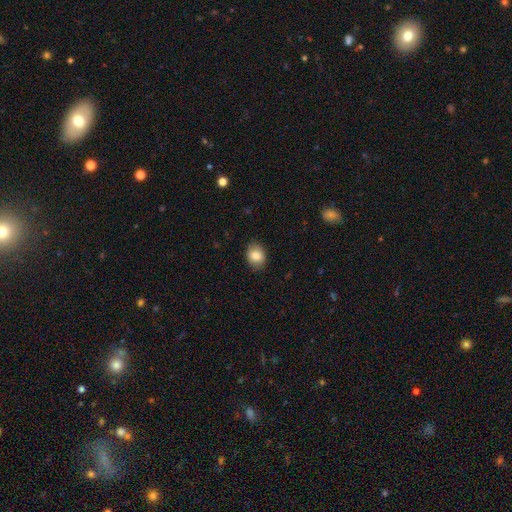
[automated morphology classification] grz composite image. It shows a smooth galaxy with no disk features (82%) that is in between round and cigar-shaped (55%). Merging: none (85%).